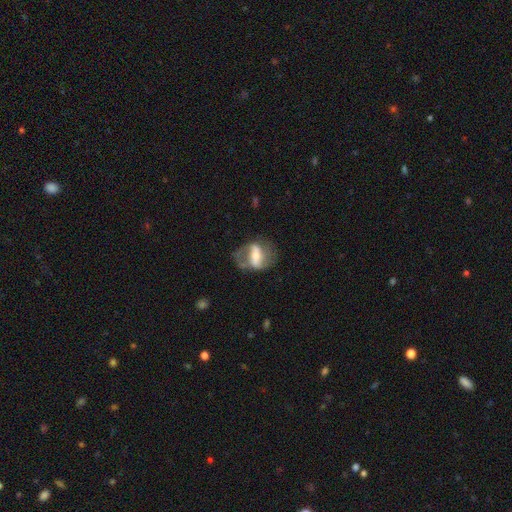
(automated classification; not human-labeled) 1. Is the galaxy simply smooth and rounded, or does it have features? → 71% featured or disk, 22% smooth, 6% star or artifact.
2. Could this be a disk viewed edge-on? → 91% no, 9% yes.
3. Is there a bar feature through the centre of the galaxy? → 60% strong, 26% weak, 13% no.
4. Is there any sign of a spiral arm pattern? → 68% yes, 32% no.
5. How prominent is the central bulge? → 49% moderate, 39% small, 7% large, 3% none, 2% dominant.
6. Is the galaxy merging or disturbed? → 57% none, 21% minor disturbance, 20% major disturbance, 3% merger.